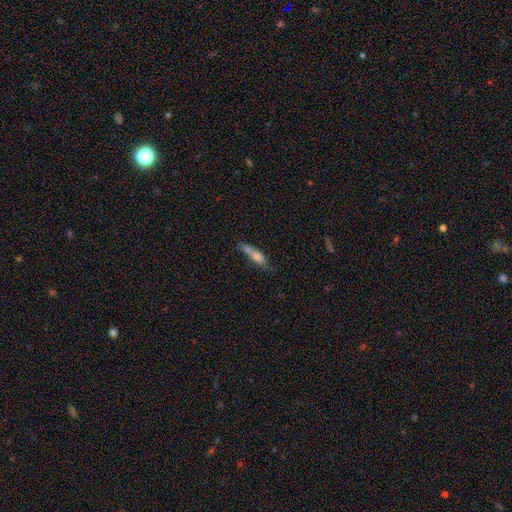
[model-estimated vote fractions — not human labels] Morphology: type=smooth (69%); roundness=cigar-shaped (50%); merging=none (38%).